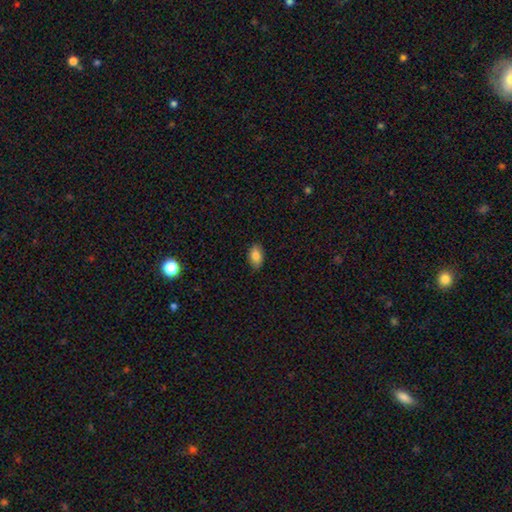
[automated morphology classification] A smooth galaxy with no disk features (84%) that is in between round and cigar-shaped (90%).

Vote fractions:
- Smooth or featured? smooth: 84% / featured or disk: 8% / star or artifact: 8%
- How rounded? in between: 90% / round: 8% / cigar-shaped: 2%
- Merging? none: 84% / minor disturbance: 13% / major disturbance: 2% / merger: 1%